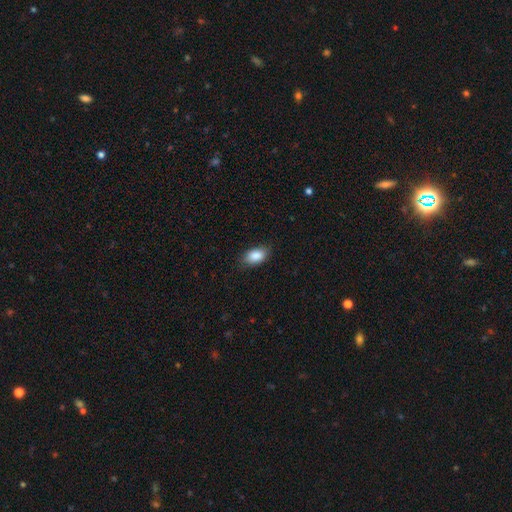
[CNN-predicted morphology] Overall: smooth (88%). How rounded: in between (92%). Merging: none (81%).